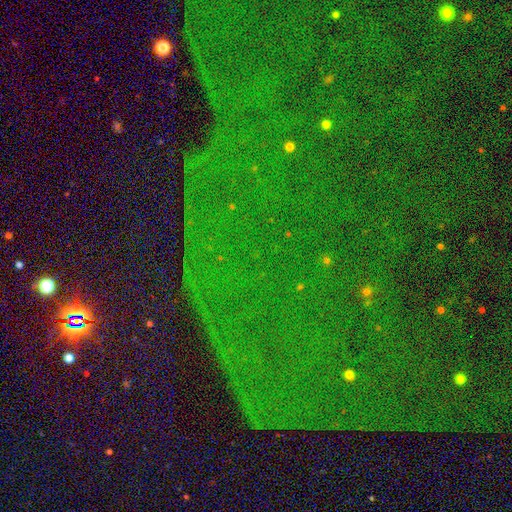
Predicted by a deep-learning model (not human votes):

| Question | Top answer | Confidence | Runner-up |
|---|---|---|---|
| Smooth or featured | star or artifact | 86% | smooth (7%) |